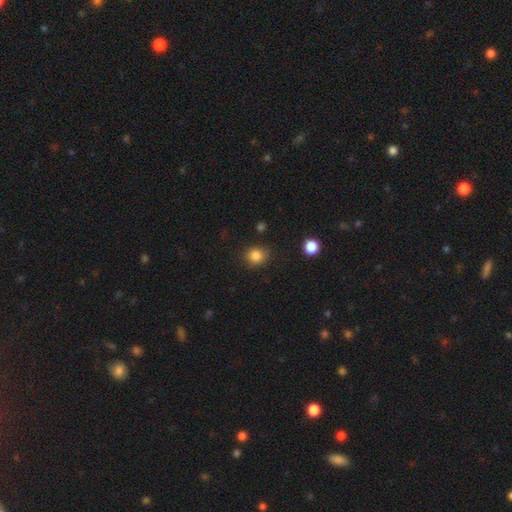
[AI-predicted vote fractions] smooth_or_featured: smooth (p=0.84) [alt: star or artifact p=0.11]
how_rounded: round (p=0.79) [alt: in between p=0.20]
merging: none (p=0.80) [alt: minor disturbance p=0.14]